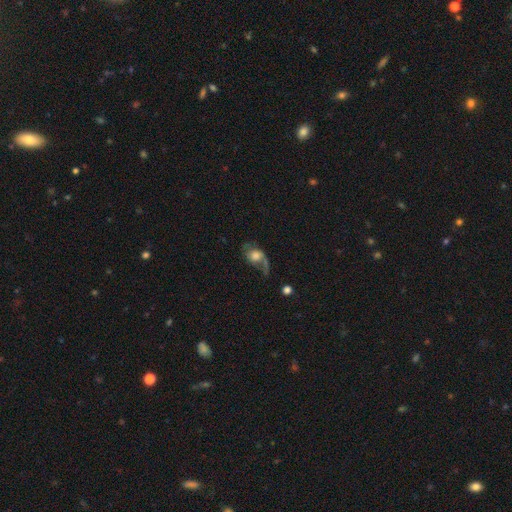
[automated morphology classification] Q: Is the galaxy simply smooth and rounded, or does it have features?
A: featured or disk — 58%.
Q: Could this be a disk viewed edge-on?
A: no — 95%.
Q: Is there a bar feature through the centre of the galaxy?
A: no — 72%.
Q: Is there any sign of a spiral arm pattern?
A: yes — 82%.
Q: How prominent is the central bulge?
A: large — 37%.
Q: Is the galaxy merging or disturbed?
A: major disturbance — 42%.